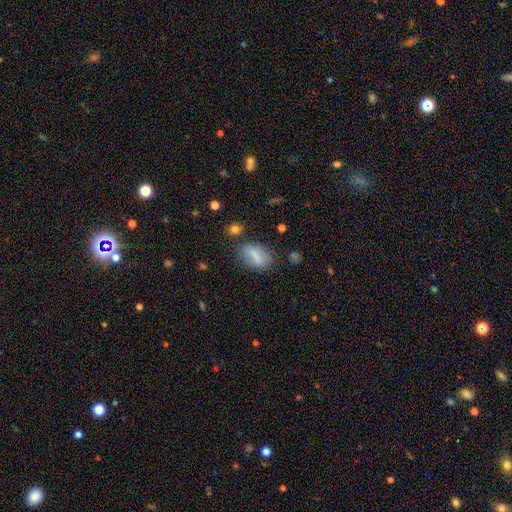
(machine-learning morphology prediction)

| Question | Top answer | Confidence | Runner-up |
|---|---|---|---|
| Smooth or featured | smooth | 71% | featured or disk (19%) |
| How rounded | in between | 83% | round (10%) |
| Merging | none | 72% | minor disturbance (17%) |